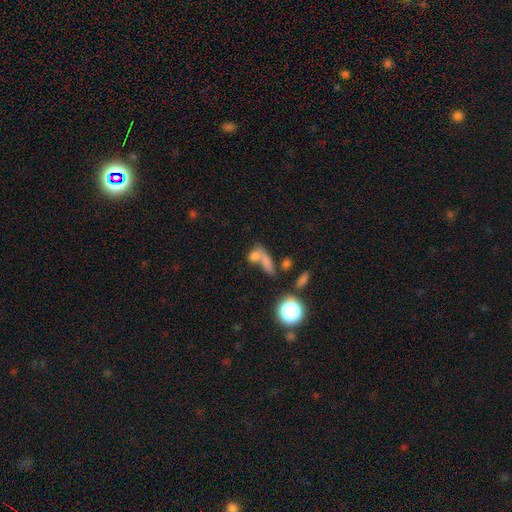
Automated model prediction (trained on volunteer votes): This is likely a smooth galaxy (69%). How rounded: possibly in between (54%). Merging: possibly merger (51%).